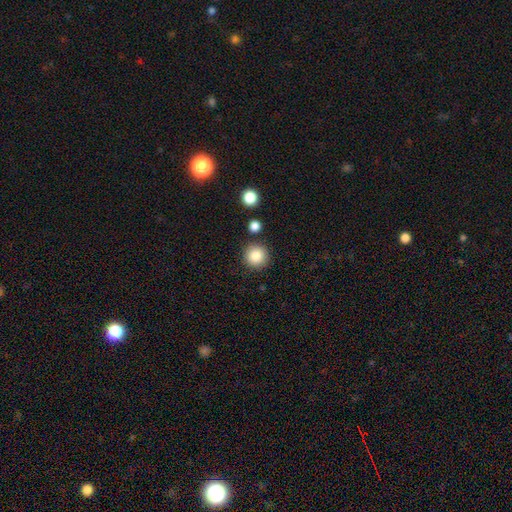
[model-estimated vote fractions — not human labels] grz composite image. It shows a smooth galaxy with no disk features (86%) that is round (94%). Merging: none (86%).